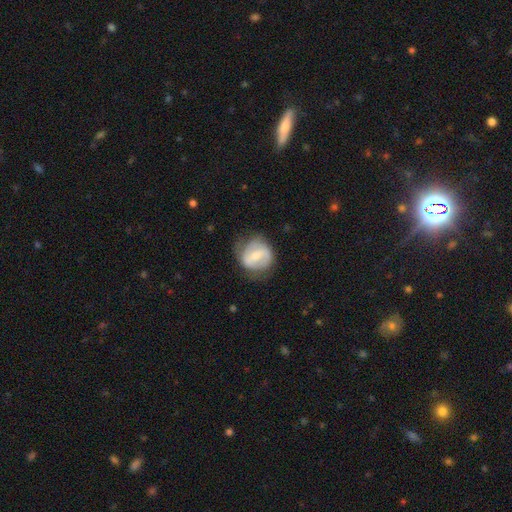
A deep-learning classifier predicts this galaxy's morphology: type=featured or disk (54%); edge-on=no (97%); bar=weak (45%); spiral arms=yes (62%); bulge=moderate (45%); merging=none (60%).